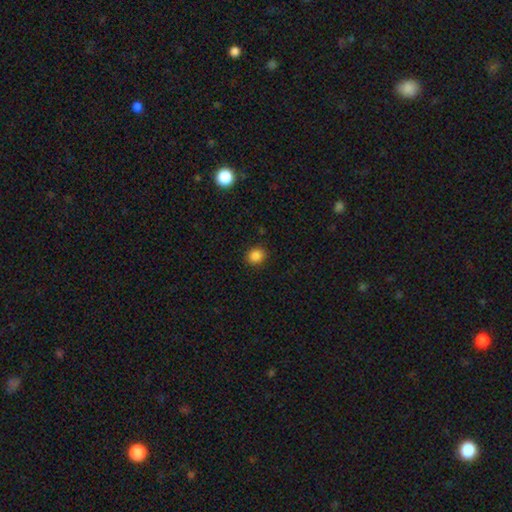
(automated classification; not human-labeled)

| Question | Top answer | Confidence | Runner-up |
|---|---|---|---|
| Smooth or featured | smooth | 85% | star or artifact (11%) |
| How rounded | round | 71% | in between (28%) |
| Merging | none | 90% | minor disturbance (7%) |